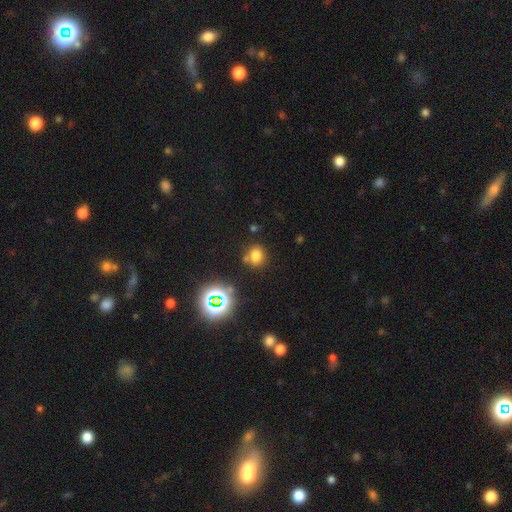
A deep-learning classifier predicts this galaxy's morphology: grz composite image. It shows a smooth galaxy with no disk features (72%) that is round (69%). Merging: none (75%).